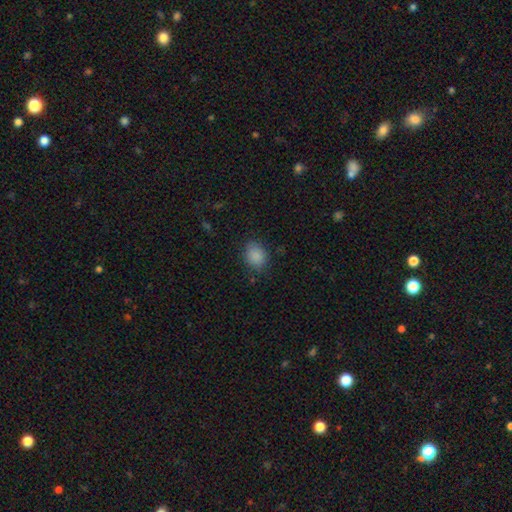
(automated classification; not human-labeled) A smooth galaxy with no disk features (87%) that is in between round and cigar-shaped (51%).

Vote fractions:
- Smooth or featured? smooth: 87% / star or artifact: 10% / featured or disk: 4%
- How rounded? in between: 51% / round: 48% / cigar-shaped: 1%
- Merging? none: 80% / minor disturbance: 15% / major disturbance: 4% / merger: 1%